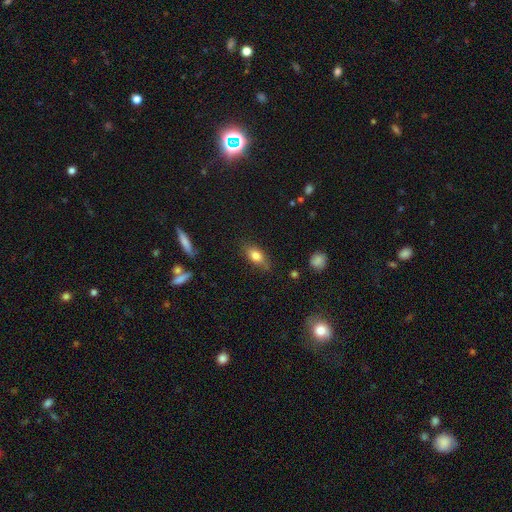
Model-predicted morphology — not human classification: Q: Smooth or featured?
A: smooth (77%); runner-up: featured or disk (14%)
Q: How rounded?
A: in between (80%); runner-up: cigar-shaped (12%)
Q: Merging?
A: none (74%); runner-up: minor disturbance (20%)